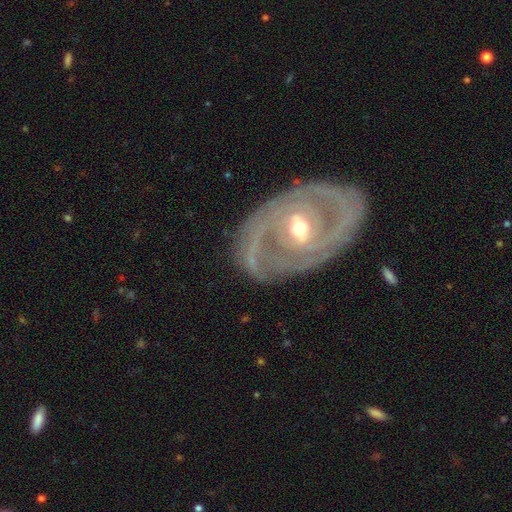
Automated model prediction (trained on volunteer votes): This is clearly a featured or disk galaxy (89%). It is clearly not viewed edge-on (95%). Bar: possibly no (46%). Spiral arm pattern: clearly yes (93%). Spiral arm count: possibly 2 (58%). Spiral winding: likely tight (60%). Central bulge: likely moderate (63%). Merging: likely none (79%).